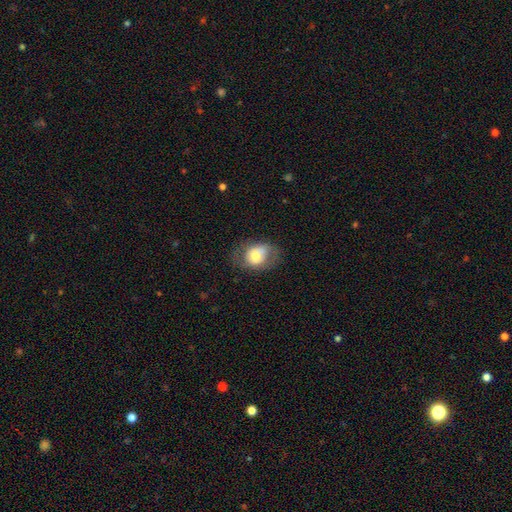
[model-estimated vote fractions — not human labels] The model was most divided on "how rounded": in between: 58%, round: 41%, cigar-shaped: 1%. More confident: smooth or featured — smooth (65%); merging — none (63%).